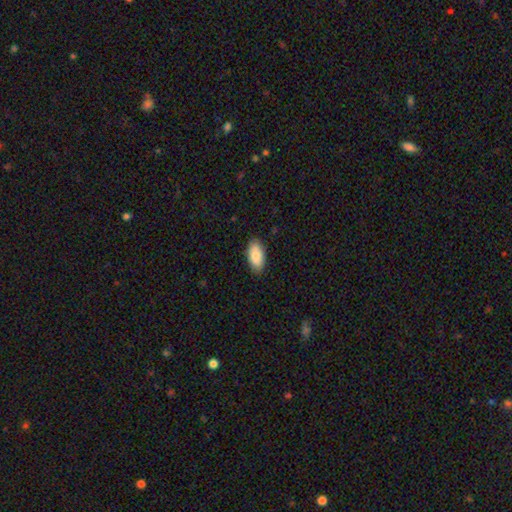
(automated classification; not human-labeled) Smooth or featured? smooth (87%)
How rounded? in between (93%)
Merging? none (87%)